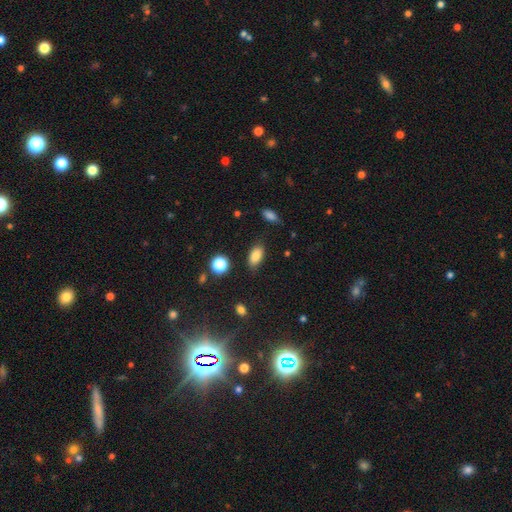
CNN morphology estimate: The model was most divided on "merging": none: 79%, minor disturbance: 15%, major disturbance: 4%, merger: 2%. More confident: how rounded — in between (89%); smooth or featured — smooth (84%).